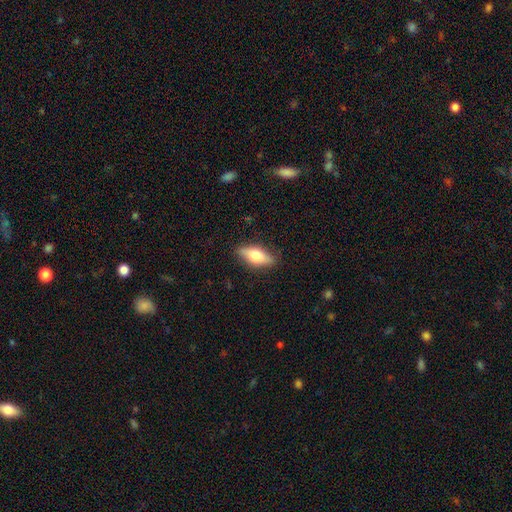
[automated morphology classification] smooth_or_featured: smooth (p=0.61) [alt: featured or disk p=0.32]
how_rounded: in between (p=0.75) [alt: cigar-shaped p=0.21]
merging: none (p=0.85) [alt: minor disturbance p=0.12]